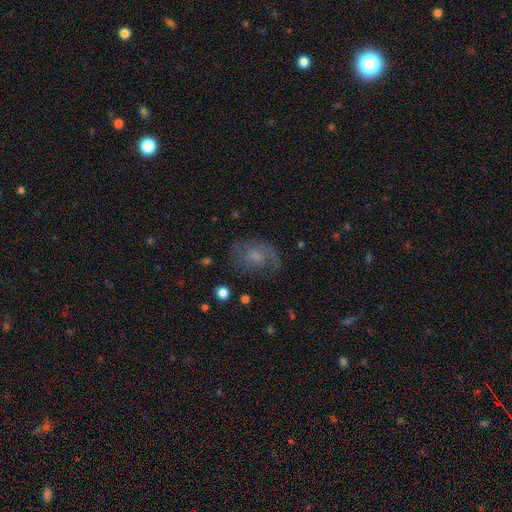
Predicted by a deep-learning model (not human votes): This is possibly a featured or disk galaxy (53%). It is clearly not viewed edge-on (97%). Bar: likely no (66%). Spiral arm pattern: likely yes (80%). Central bulge: marginally small (39%). Merging: possibly none (59%).